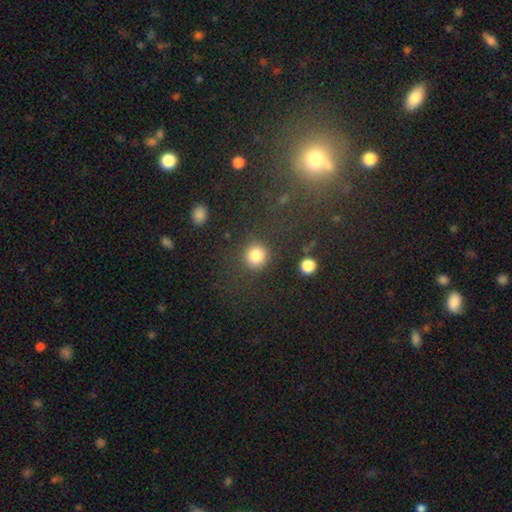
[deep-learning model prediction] This appears to be a smooth galaxy with no disk features (83%) that is round (90%). Merging: none (83%).